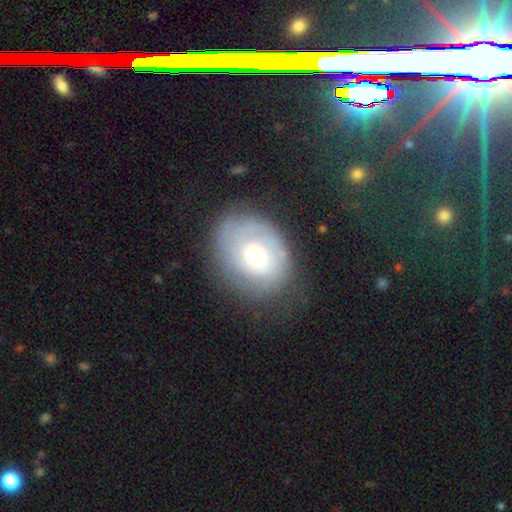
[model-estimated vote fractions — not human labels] Overall: featured or disk (58%; smooth 35%). Edge-on disk: no (96%). Bar: no (79%). Spiral arms: yes (71%). Bulge size: moderate (49%; small 44%). Merging: none (66%).